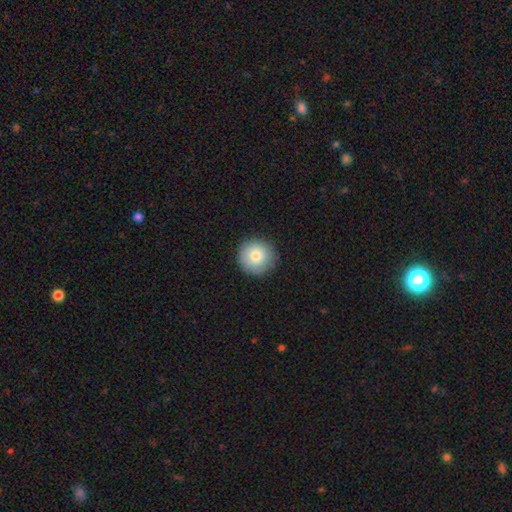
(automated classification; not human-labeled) The model was most divided on "smooth or featured": smooth: 80%, featured or disk: 11%, star or artifact: 9%. More confident: how rounded — round (95%); merging — none (88%).